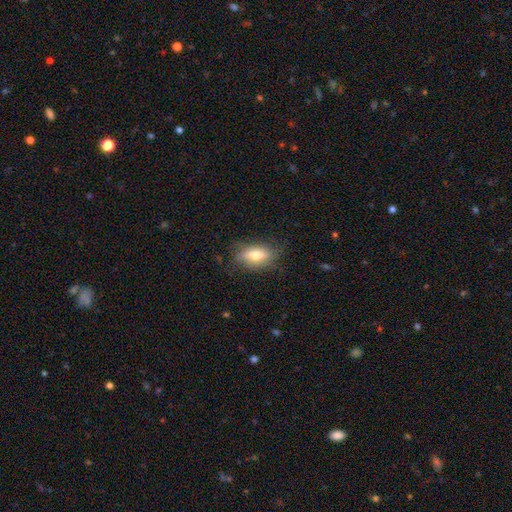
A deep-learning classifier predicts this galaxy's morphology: smooth-or-featured: smooth: 66% | featured or disk: 26% | star or artifact: 8%
  how-rounded: in between: 82% | cigar-shaped: 11% | round: 7%
  merging: none: 76% | minor disturbance: 18% | major disturbance: 5% | merger: 1%